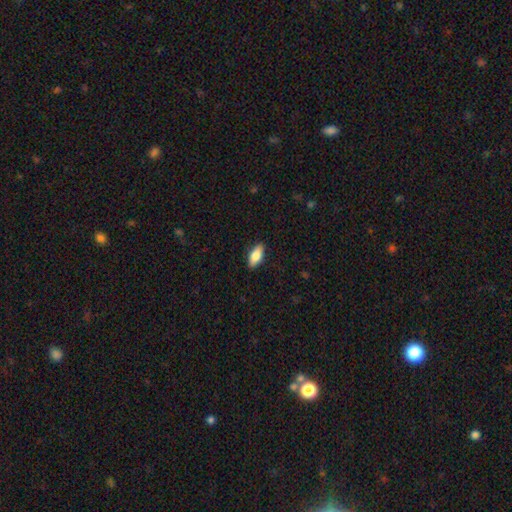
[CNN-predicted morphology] This appears to be a smooth galaxy with no disk features (80%) that is in between round and cigar-shaped (84%). Merging: none (89%).